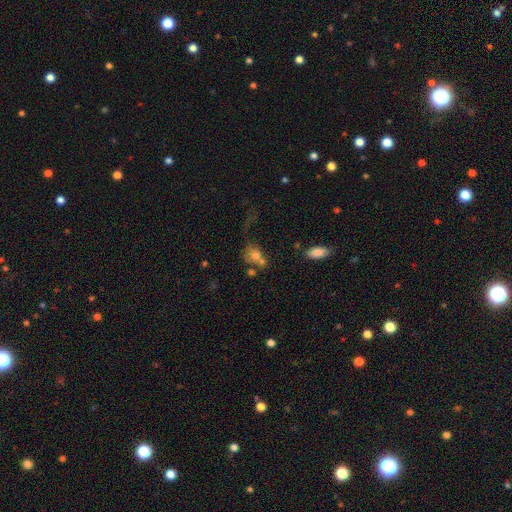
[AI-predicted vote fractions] This appears to be a smooth galaxy with no disk features (69%) that is round (56%). Merging: merger (36%).